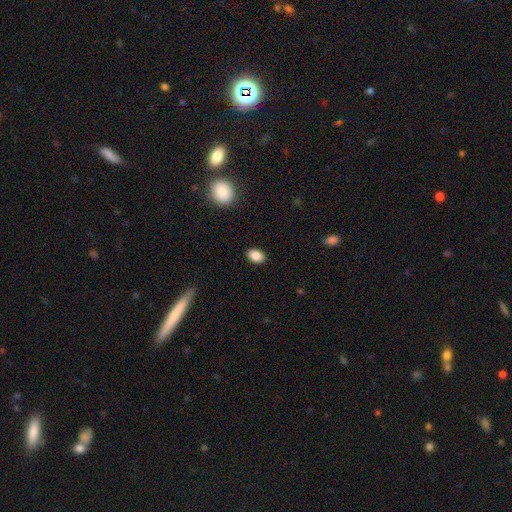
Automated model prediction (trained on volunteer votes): Smooth or featured?
  - smooth: 86% *
  - star or artifact: 8%
  - featured or disk: 5%
How rounded?
  - in between: 84% *
  - round: 15%
  - cigar-shaped: 1%
Merging?
  - none: 88% *
  - minor disturbance: 8%
  - major disturbance: 2%
  - merger: 1%